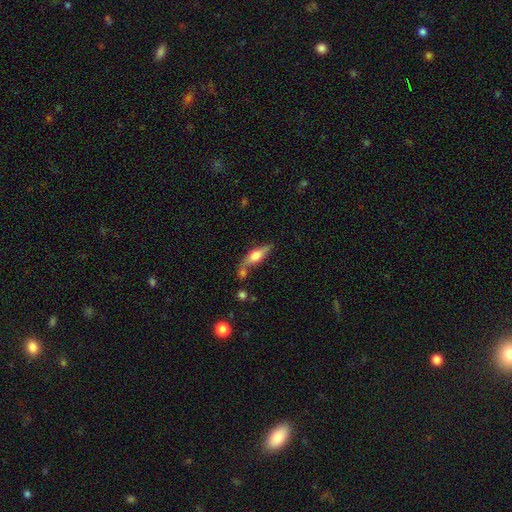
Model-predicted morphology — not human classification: Smooth or featured? Predicted: featured or disk (p=0.49). Merging? Predicted: none (p=0.58).